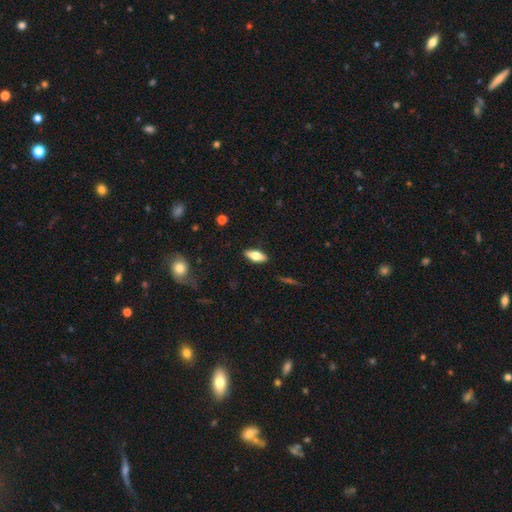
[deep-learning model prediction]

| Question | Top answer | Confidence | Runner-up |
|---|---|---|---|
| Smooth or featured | smooth | 64% | featured or disk (30%) |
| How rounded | in between | 76% | cigar-shaped (21%) |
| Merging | none | 89% | minor disturbance (8%) |